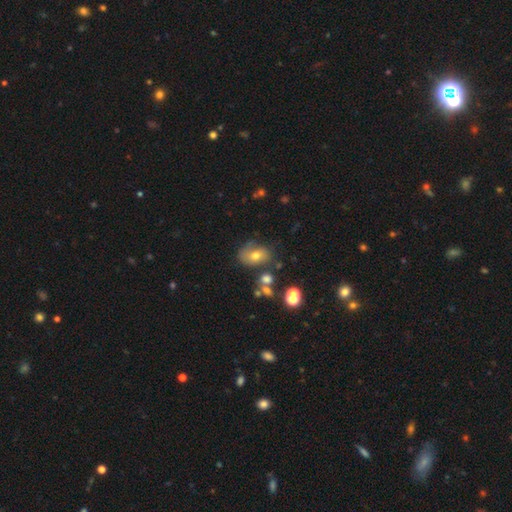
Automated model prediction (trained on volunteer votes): Q: Smooth or featured?
A: smooth (58%); runner-up: featured or disk (27%)
Q: How rounded?
A: in between (68%); runner-up: round (30%)
Q: Merging?
A: none (53%); runner-up: minor disturbance (24%)